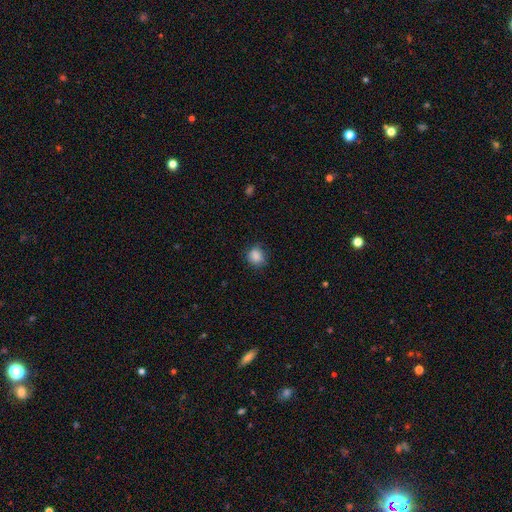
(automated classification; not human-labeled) Smooth or featured?
  - smooth: 87% *
  - star or artifact: 9%
  - featured or disk: 4%
How rounded?
  - round: 72% *
  - in between: 27%
  - cigar-shaped: 1%
Merging?
  - none: 78% *
  - minor disturbance: 17%
  - major disturbance: 4%
  - merger: 1%